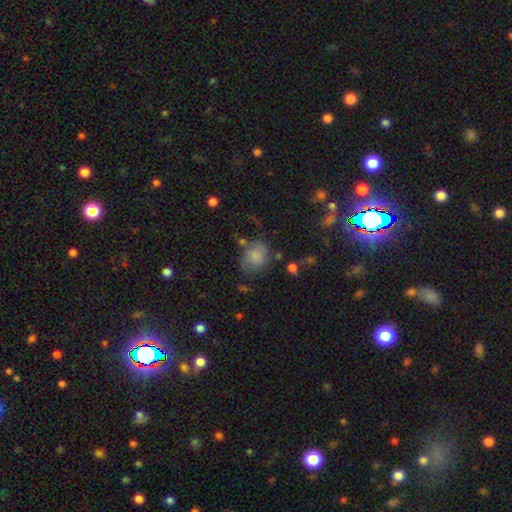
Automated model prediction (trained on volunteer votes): This is likely a smooth galaxy (75%). How rounded: possibly round (59%). Merging: possibly none (55%).